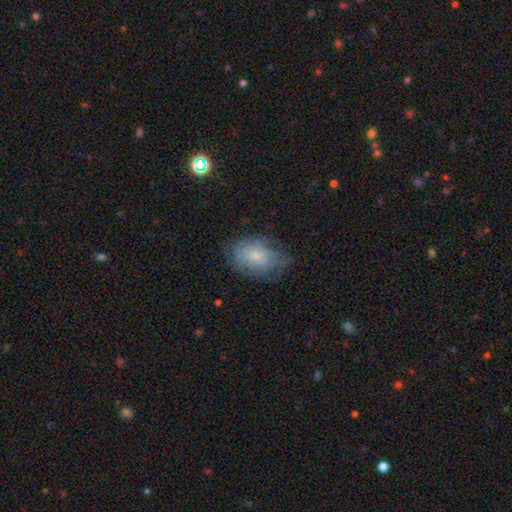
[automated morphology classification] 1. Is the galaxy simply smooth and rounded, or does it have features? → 48% featured or disk, 42% smooth, 9% star or artifact.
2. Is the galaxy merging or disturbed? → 66% none, 23% minor disturbance, 10% major disturbance, 1% merger.